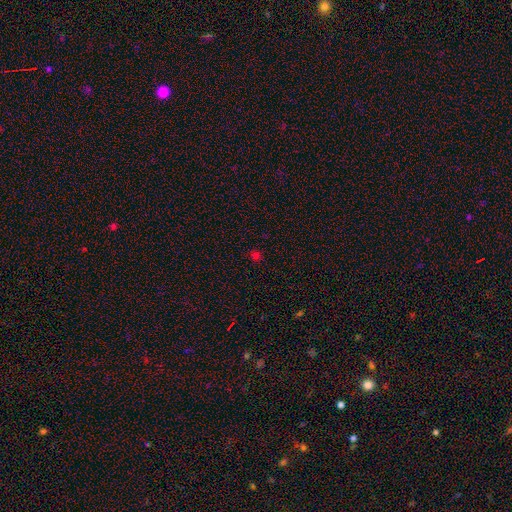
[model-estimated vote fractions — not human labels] A smooth galaxy with no disk features (64%) that is round (89%).

Vote fractions:
- Smooth or featured? smooth: 64% / star or artifact: 31% / featured or disk: 5%
- How rounded? round: 89% / in between: 10% / cigar-shaped: 1%
- Merging? none: 88% / minor disturbance: 8% / major disturbance: 3% / merger: 2%